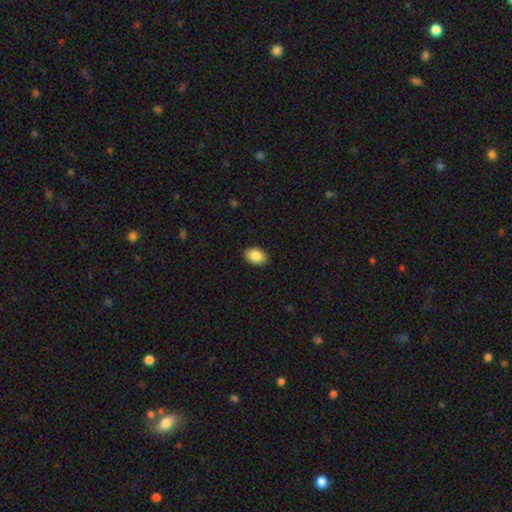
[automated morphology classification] type=smooth (87%); roundness=in between (88%); merging=none (90%).